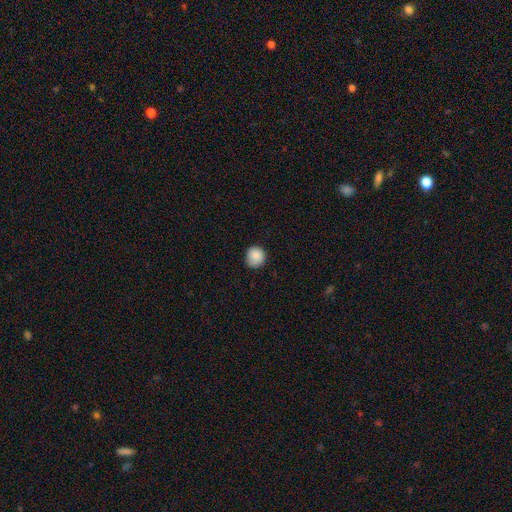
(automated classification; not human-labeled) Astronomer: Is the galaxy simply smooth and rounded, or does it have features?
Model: smooth — 86%.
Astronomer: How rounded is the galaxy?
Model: round — 90%.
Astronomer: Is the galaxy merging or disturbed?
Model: none — 81%.